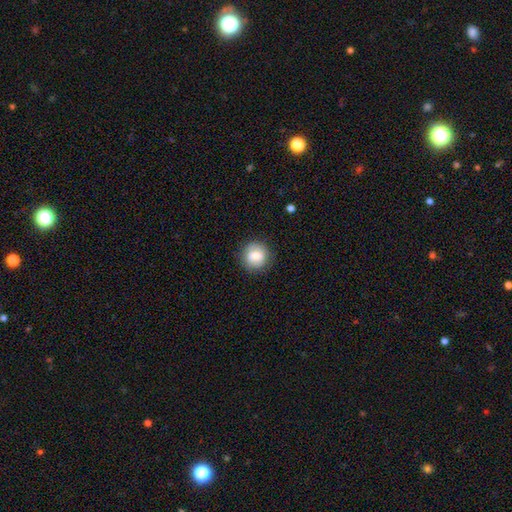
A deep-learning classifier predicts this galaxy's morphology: This is likely a smooth galaxy (71%). How rounded: clearly round (90%). Merging: clearly none (84%).